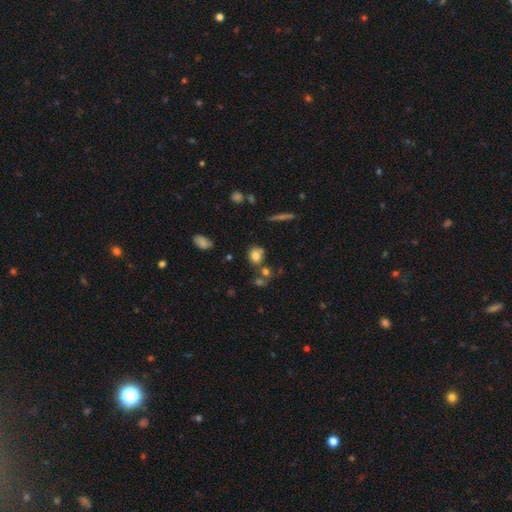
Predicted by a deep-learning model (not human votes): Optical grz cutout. It shows a smooth galaxy with no disk features (77%) that is round (64%). Merging: none (61%).